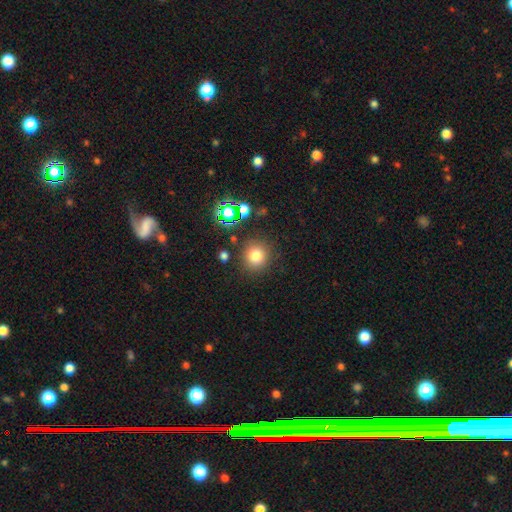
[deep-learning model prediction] Smooth or featured? smooth (75%)
How rounded? round (90%)
Merging? none (84%)